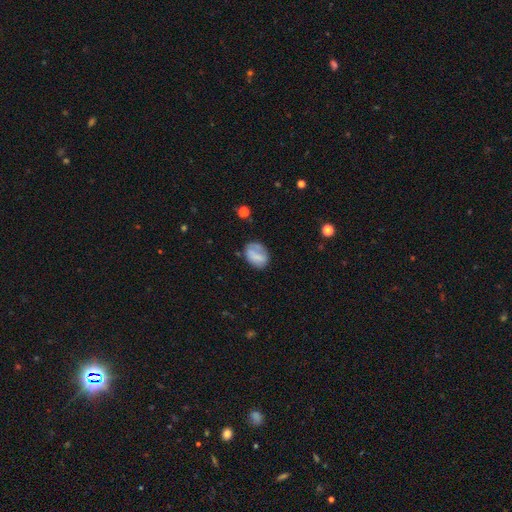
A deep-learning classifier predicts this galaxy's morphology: Smooth or featured? smooth (69%)
How rounded? in between (72%)
Merging? none (57%)